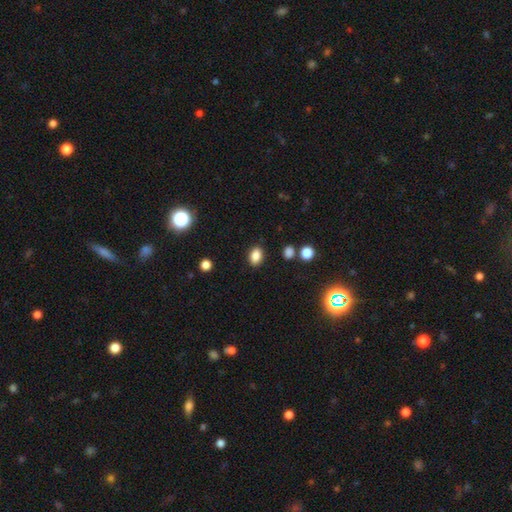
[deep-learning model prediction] Smooth or featured?
  - smooth: 85% *
  - star or artifact: 10%
  - featured or disk: 4%
How rounded?
  - in between: 79% *
  - round: 19%
  - cigar-shaped: 2%
Merging?
  - none: 86% *
  - minor disturbance: 9%
  - major disturbance: 2%
  - merger: 2%